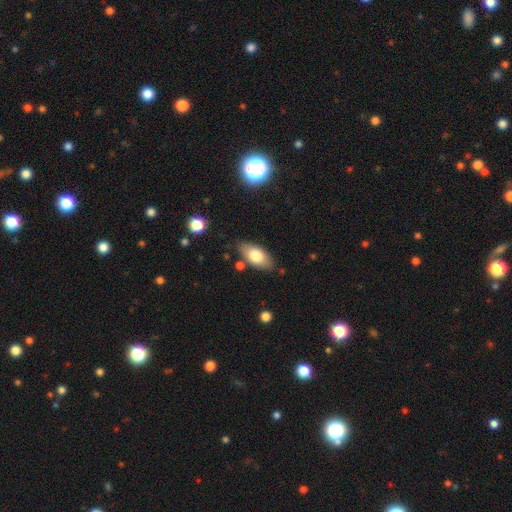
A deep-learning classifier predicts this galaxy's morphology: smooth_or_featured: smooth (p=0.74) [alt: featured or disk p=0.19]
how_rounded: in between (p=0.90) [alt: cigar-shaped p=0.07]
merging: none (p=0.81) [alt: minor disturbance p=0.13]